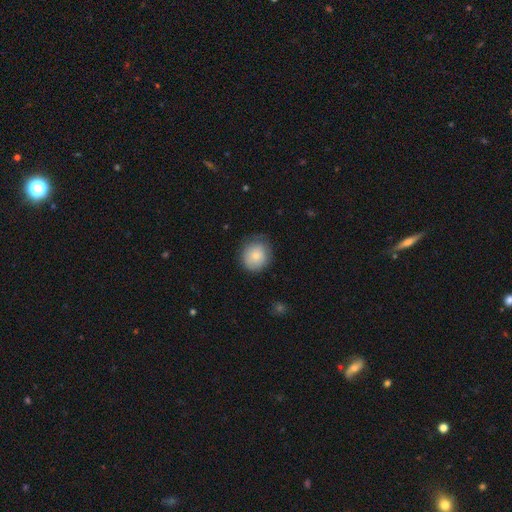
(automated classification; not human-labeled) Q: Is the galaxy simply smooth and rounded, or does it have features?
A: smooth — 77%.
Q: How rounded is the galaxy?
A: round — 82%.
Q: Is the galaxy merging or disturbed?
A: none — 71%.